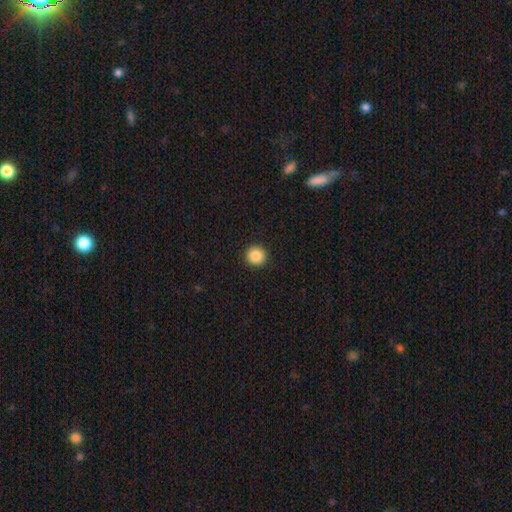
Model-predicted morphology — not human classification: Smooth or featured?
  - smooth: 87% *
  - star or artifact: 9%
  - featured or disk: 4%
How rounded?
  - round: 94% *
  - in between: 5%
  - cigar-shaped: 1%
Merging?
  - none: 93% *
  - minor disturbance: 4%
  - major disturbance: 2%
  - merger: 1%